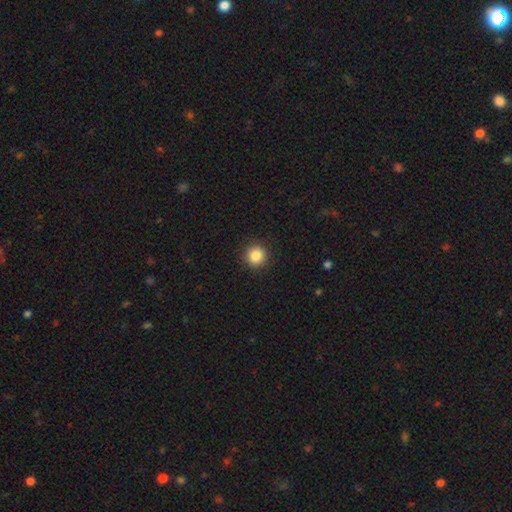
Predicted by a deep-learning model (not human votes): smooth 85%, star or artifact 10%, featured or disk 4%. Down the decision tree: how rounded — round (94%); merging — none (92%).